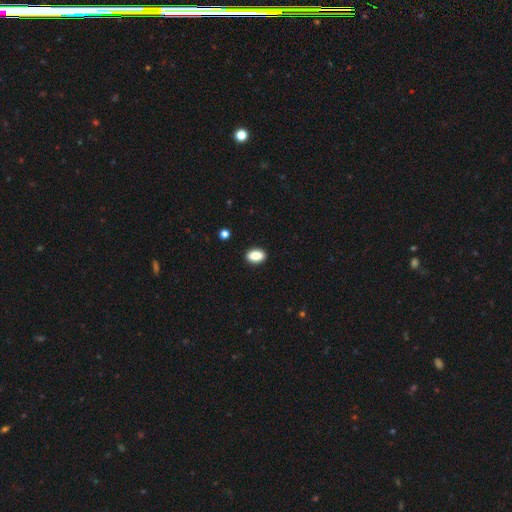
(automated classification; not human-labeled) smooth_or_featured: smooth (p=0.86) [alt: star or artifact p=0.08]
how_rounded: in between (p=0.88) [alt: round p=0.09]
merging: none (p=0.91) [alt: minor disturbance p=0.07]